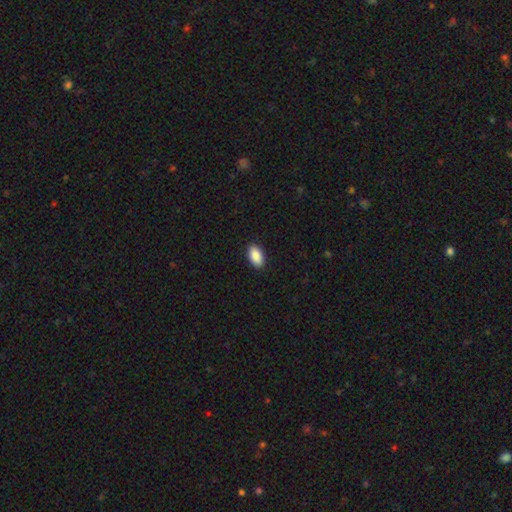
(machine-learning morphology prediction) A smooth galaxy with no disk features (90%) that is in between round and cigar-shaped (94%). Merging: none (90%).